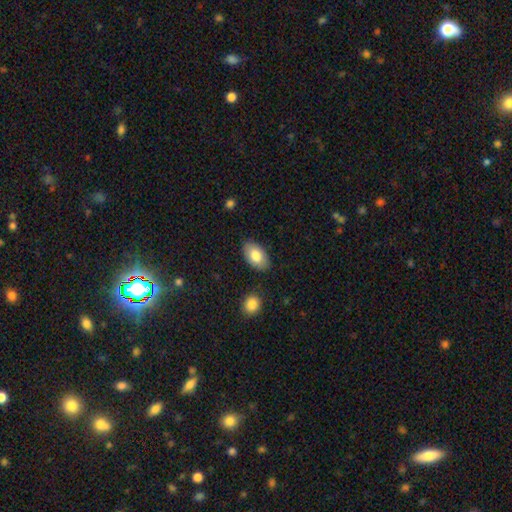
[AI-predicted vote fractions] smooth_or_featured: smooth (p=0.80) [alt: featured or disk p=0.13]
how_rounded: in between (p=0.94) [alt: round p=0.05]
merging: none (p=0.85) [alt: minor disturbance p=0.11]